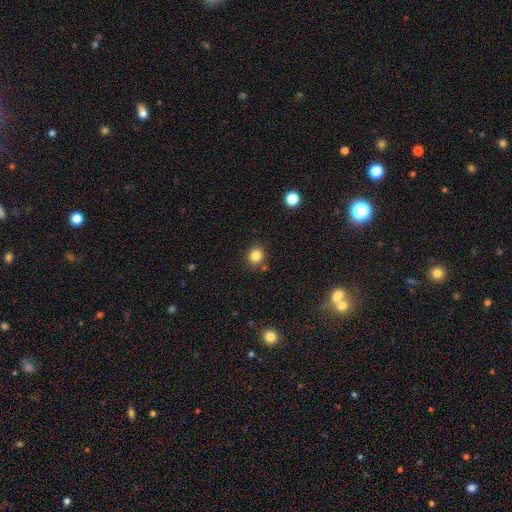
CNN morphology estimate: Smooth or featured?
  - smooth: 84% *
  - star or artifact: 12%
  - featured or disk: 5%
How rounded?
  - round: 86% *
  - in between: 13%
  - cigar-shaped: 1%
Merging?
  - none: 84% *
  - minor disturbance: 9%
  - merger: 4%
  - major disturbance: 3%